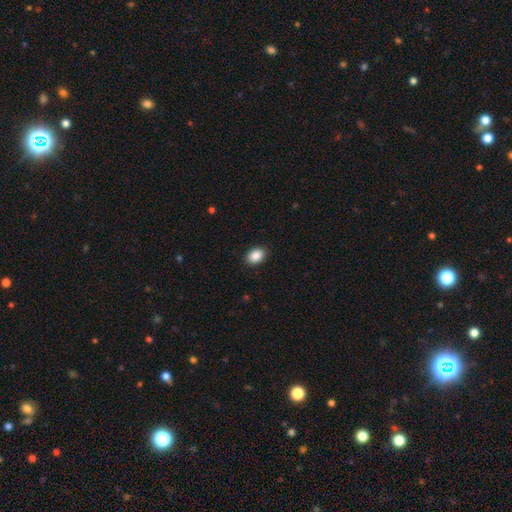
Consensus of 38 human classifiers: smooth_or_featured: smooth (p=0.87) [alt: star or artifact p=0.11]
how_rounded: in between (p=0.64) [alt: round p=0.36]
merging: none (p=0.91) [alt: minor disturbance p=0.09]